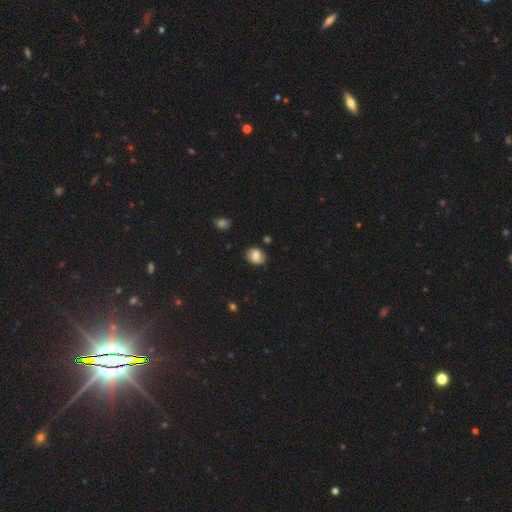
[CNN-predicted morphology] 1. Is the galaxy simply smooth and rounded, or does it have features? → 67% smooth, 24% featured or disk, 9% star or artifact.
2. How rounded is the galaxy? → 50% in between, 49% round, 1% cigar-shaped.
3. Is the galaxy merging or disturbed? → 76% none, 18% minor disturbance, 4% major disturbance, 2% merger.